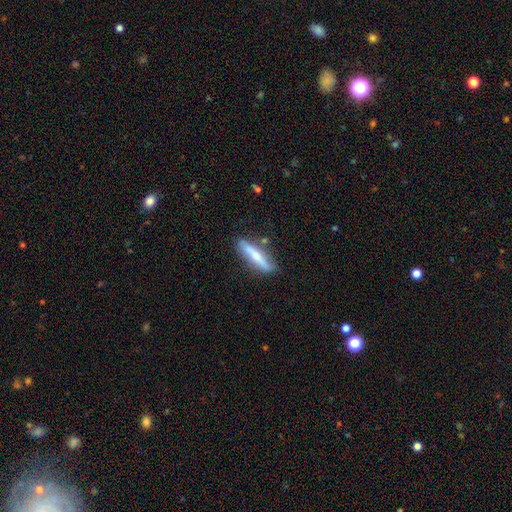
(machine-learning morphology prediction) type=smooth (58%); roundness=cigar-shaped (81%); merging=none (79%).